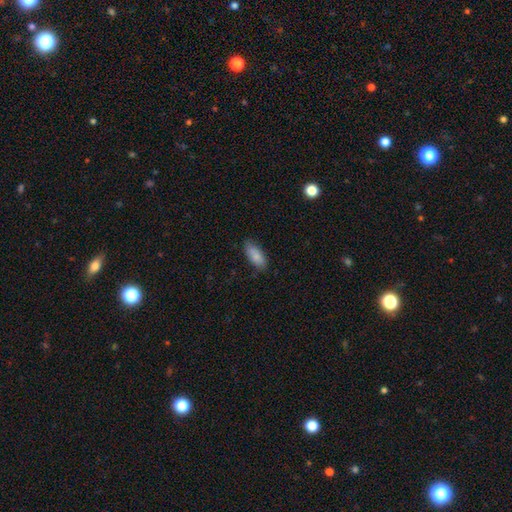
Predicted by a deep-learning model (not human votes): smooth_or_featured: smooth (p=0.85) [alt: featured or disk p=0.09]
how_rounded: in between (p=0.86) [alt: cigar-shaped p=0.13]
merging: none (p=0.80) [alt: minor disturbance p=0.16]